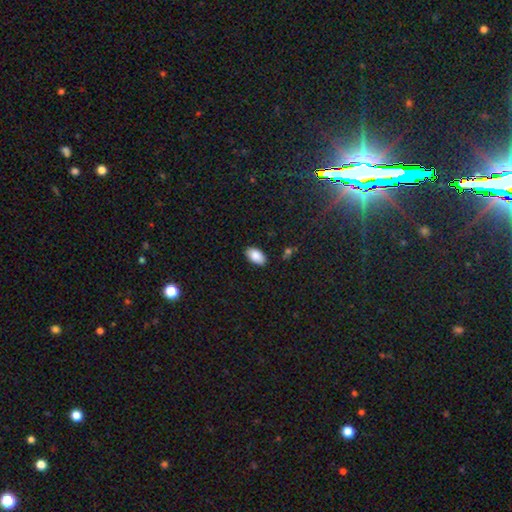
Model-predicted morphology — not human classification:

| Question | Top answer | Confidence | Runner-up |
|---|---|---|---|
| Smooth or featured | smooth | 87% | star or artifact (7%) |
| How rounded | in between | 95% | round (4%) |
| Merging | none | 87% | minor disturbance (9%) |